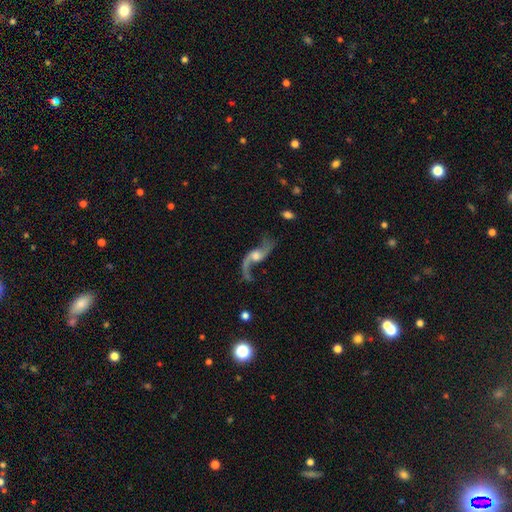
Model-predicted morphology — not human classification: smooth_or_featured: featured or disk (p=0.87) [alt: star or artifact p=0.06]
disk_edge_on: no (p=0.92) [alt: yes p=0.08]
bar: no (p=0.59) [alt: weak p=0.31]
has_spiral_arms: yes (p=0.95) [alt: no p=0.05]
spiral_winding: loose (p=0.91) [alt: medium p=0.07]
spiral_arm_count: 2 (p=0.92) [alt: 1 p=0.04]
bulge_size: moderate (p=0.50) [alt: small p=0.25]
merging: none (p=0.64) [alt: minor disturbance p=0.16]